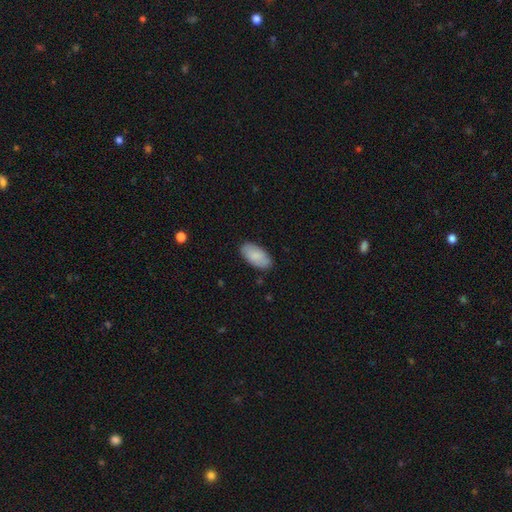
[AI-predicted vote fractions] Smooth or featured? Predicted: smooth (p=0.83). How rounded? Predicted: in between (p=0.95). Merging? Predicted: none (p=0.86).